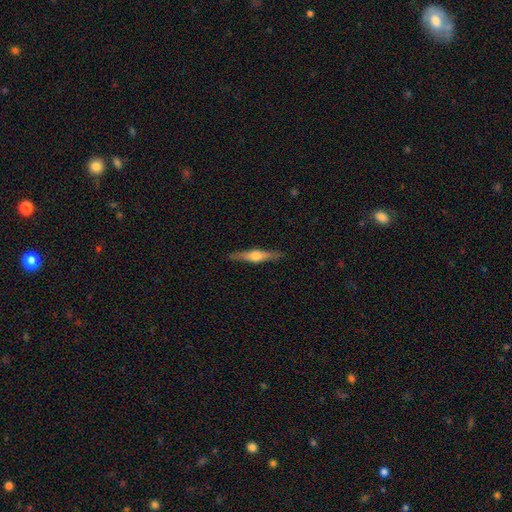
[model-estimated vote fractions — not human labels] The model was most divided on "smooth or featured": featured or disk: 61%, smooth: 33%, star or artifact: 6%. More confident: edge-on disk — yes (96%); edge-on bulge — rounded (92%); merging — none (89%).